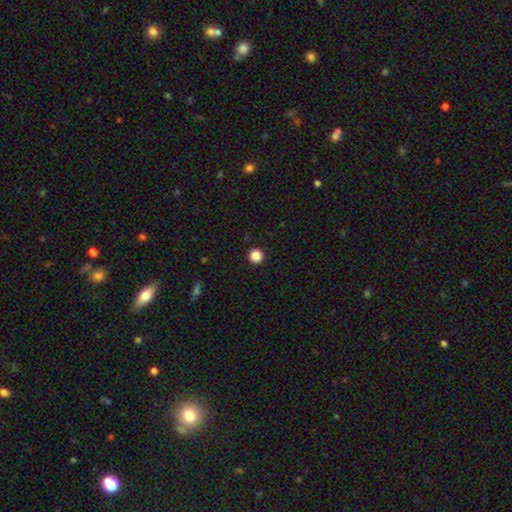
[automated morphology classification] This is clearly a smooth galaxy (87%). How rounded: clearly round (96%). Merging: clearly none (94%).